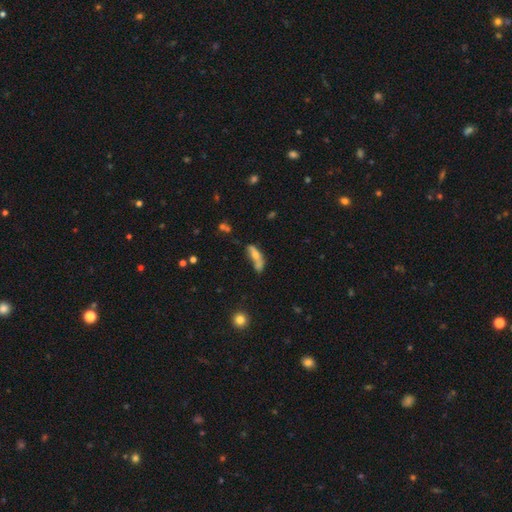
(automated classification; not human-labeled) A smooth galaxy with no disk features (59%) that is in between round and cigar-shaped (49%). Merging: none (32%).